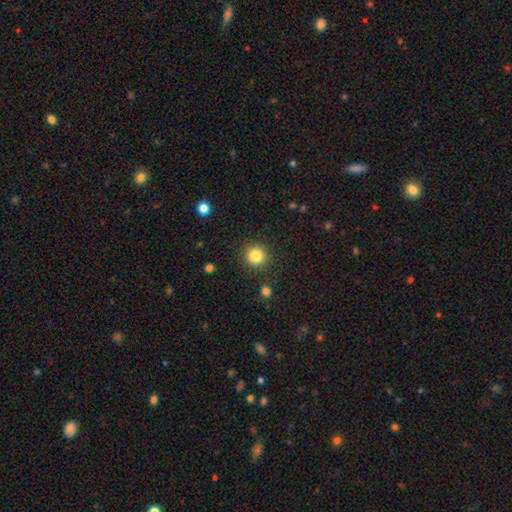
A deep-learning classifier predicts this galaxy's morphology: type=smooth (84%); roundness=round (93%); merging=none (90%).